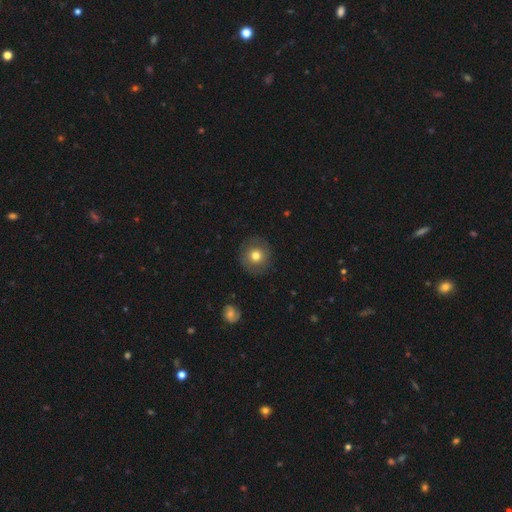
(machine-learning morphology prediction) Overall: smooth (68%). How rounded: round (92%). Merging: none (87%).